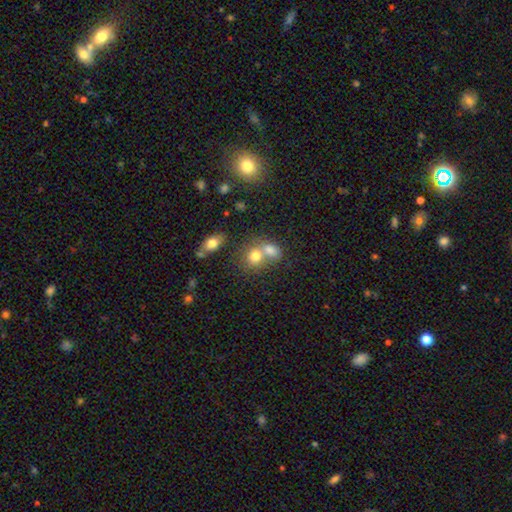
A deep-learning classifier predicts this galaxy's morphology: smooth_or_featured: smooth (p=0.75) [alt: featured or disk p=0.13]
how_rounded: round (p=0.60) [alt: in between p=0.39]
merging: merger (p=0.57) [alt: none p=0.31]